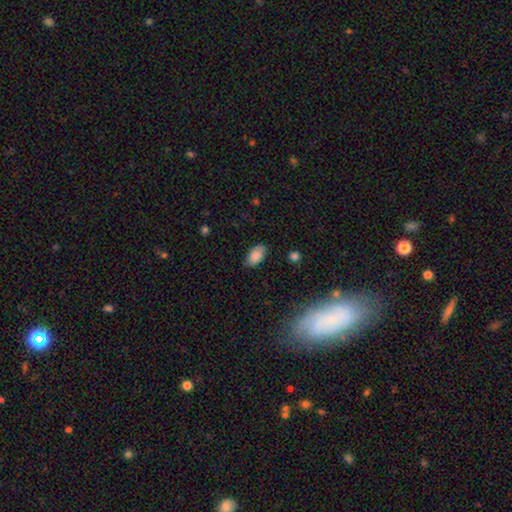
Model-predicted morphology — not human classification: This appears to be a smooth galaxy with no disk features (87%) that is in between round and cigar-shaped (94%). Merging: none (81%).